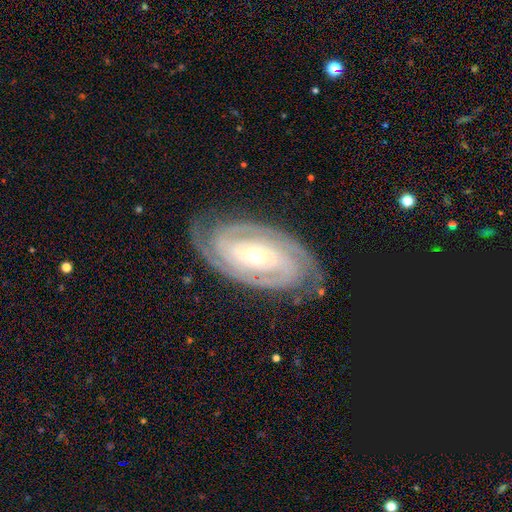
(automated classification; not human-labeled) Morphology: type=featured or disk (91%); edge-on=no (95%); bar=no (43%); spiral arms=yes (98%); winding=tight (78%); arm count=2 (51%); bulge=moderate (57%); merging=none (82%).